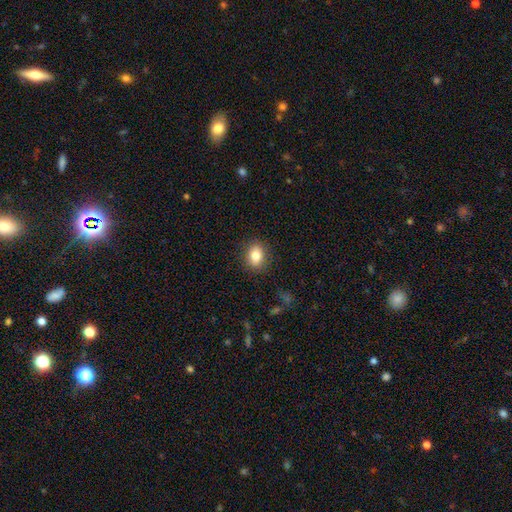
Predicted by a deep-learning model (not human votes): Smooth or featured?
  - smooth: 83% *
  - star or artifact: 9%
  - featured or disk: 8%
How rounded?
  - in between: 62% *
  - round: 37%
  - cigar-shaped: 1%
Merging?
  - none: 88% *
  - minor disturbance: 9%
  - major disturbance: 3%
  - merger: 1%